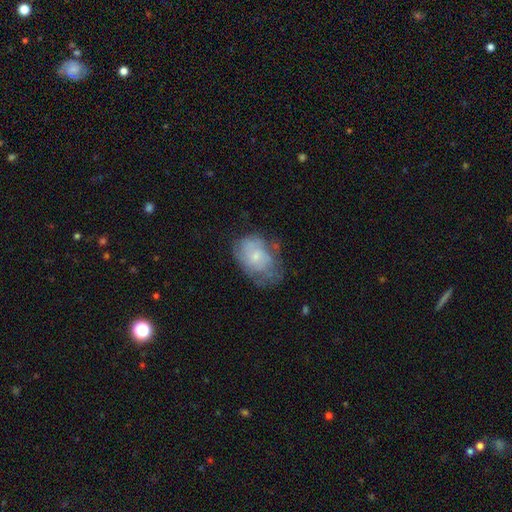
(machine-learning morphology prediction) Overall: smooth (51%; featured or disk 41%). How rounded: in between (78%). Merging: none (44%; minor disturbance 33%).